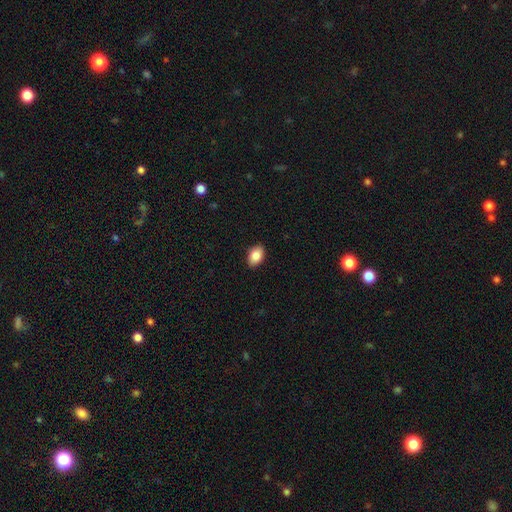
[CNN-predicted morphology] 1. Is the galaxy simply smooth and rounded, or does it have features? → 87% smooth, 7% star or artifact, 6% featured or disk.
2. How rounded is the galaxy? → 85% in between, 14% round, 1% cigar-shaped.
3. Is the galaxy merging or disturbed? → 89% none, 8% minor disturbance, 2% major disturbance, 1% merger.